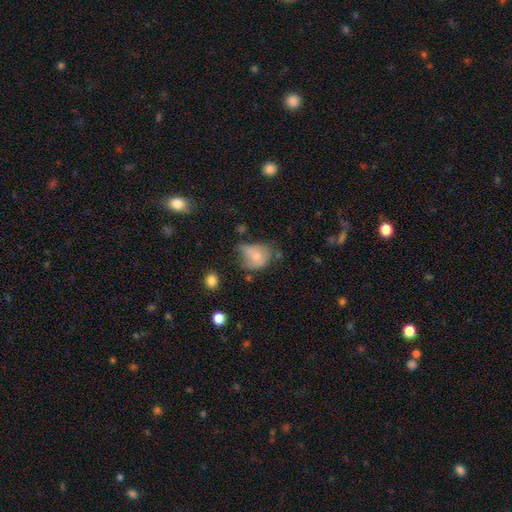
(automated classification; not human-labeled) smooth 65%, featured or disk 25%, star or artifact 10%. Down the decision tree: how rounded — in between (51%); merging — minor disturbance (35%).